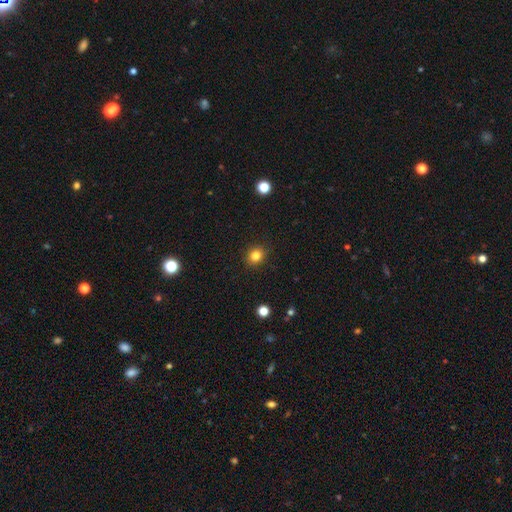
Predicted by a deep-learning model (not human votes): Smooth or featured? Predicted: smooth (p=0.83). How rounded? Predicted: round (p=0.71). Merging? Predicted: none (p=0.89).